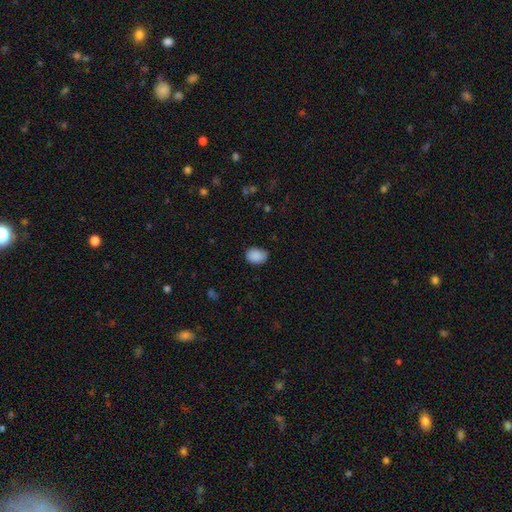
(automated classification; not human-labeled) A smooth galaxy with no disk features (89%) that is in between round and cigar-shaped (68%). Merging: none (75%).